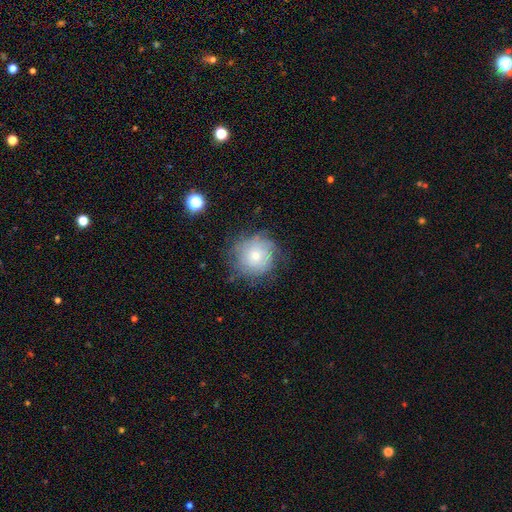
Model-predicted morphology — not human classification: This is possibly a smooth galaxy (50%). Merging: likely none (68%).